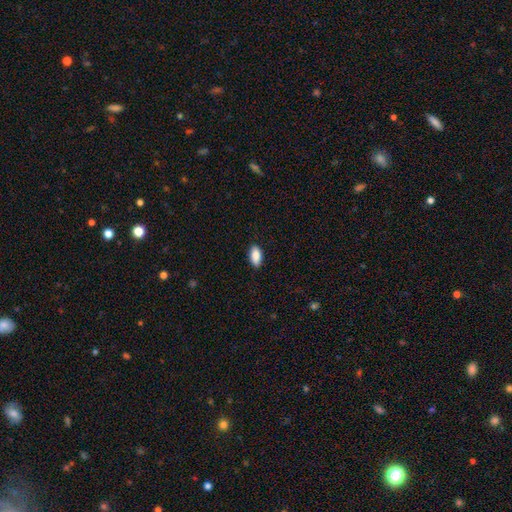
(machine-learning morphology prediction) Smooth or featured? smooth (89%)
How rounded? in between (92%)
Merging? none (88%)